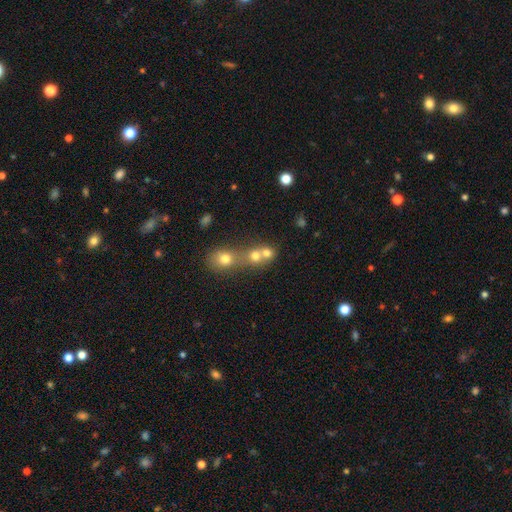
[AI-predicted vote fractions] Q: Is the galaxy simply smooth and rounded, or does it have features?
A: smooth — 70%.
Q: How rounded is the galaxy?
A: round — 78%.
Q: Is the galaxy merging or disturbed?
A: merger — 64%.